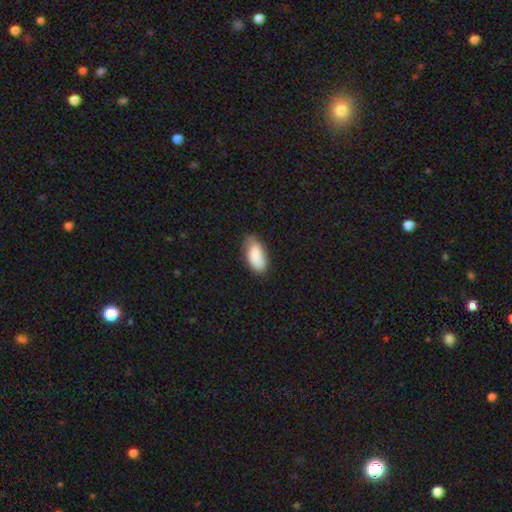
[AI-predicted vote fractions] This is clearly a smooth galaxy (86%). How rounded: clearly in between (93%). Merging: likely none (64%).